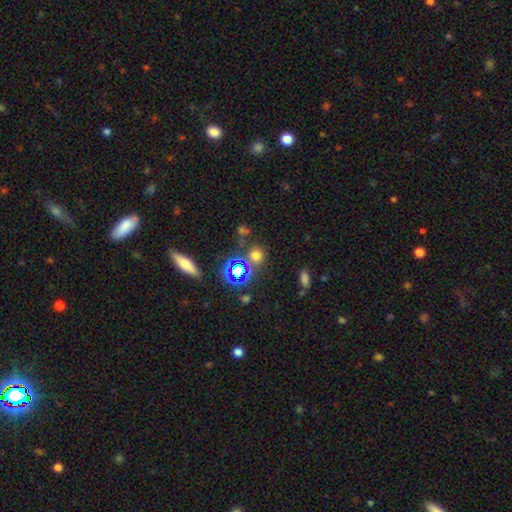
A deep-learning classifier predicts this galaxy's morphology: Q: Smooth or featured?
A: smooth (61%); runner-up: star or artifact (31%)
Q: How rounded?
A: round (84%); runner-up: in between (15%)
Q: Merging?
A: none (71%); runner-up: merger (13%)